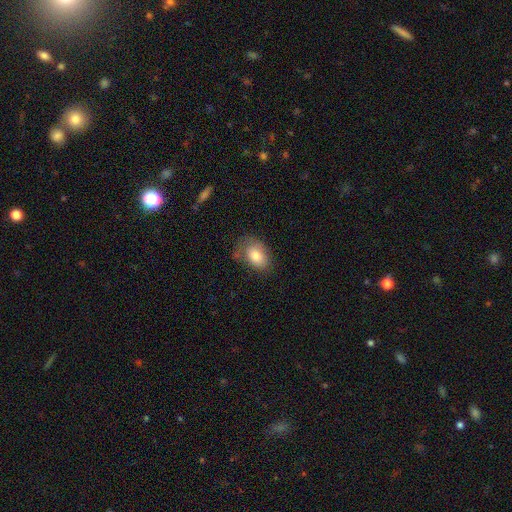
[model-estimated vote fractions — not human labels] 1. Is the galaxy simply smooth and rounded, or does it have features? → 80% smooth, 12% featured or disk, 8% star or artifact.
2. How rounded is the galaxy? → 84% in between, 15% round, 1% cigar-shaped.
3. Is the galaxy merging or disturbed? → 60% none, 28% minor disturbance, 10% major disturbance, 3% merger.